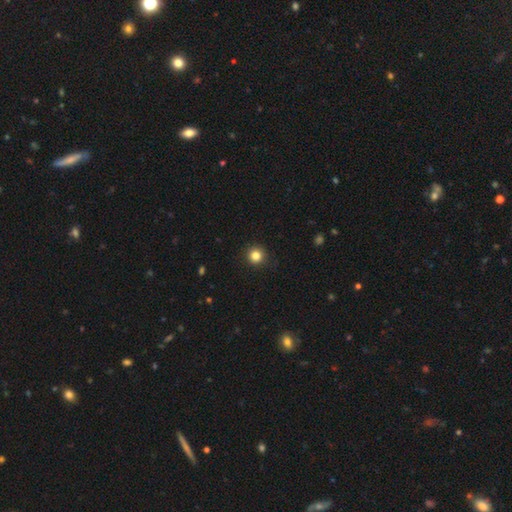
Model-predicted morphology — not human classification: A smooth galaxy with no disk features (84%) that is round (95%).

Vote fractions:
- Smooth or featured? smooth: 84% / star or artifact: 12% / featured or disk: 5%
- How rounded? round: 95% / in between: 4% / cigar-shaped: 1%
- Merging? none: 92% / minor disturbance: 5% / major disturbance: 2% / merger: 1%